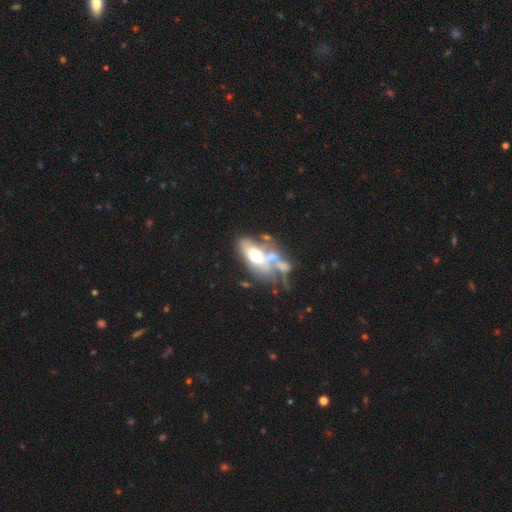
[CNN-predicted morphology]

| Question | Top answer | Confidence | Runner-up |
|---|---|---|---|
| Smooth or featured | featured or disk | 51% | smooth (39%) |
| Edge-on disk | no | 86% | yes (14%) |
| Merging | merger | 39% | major disturbance (31%) |